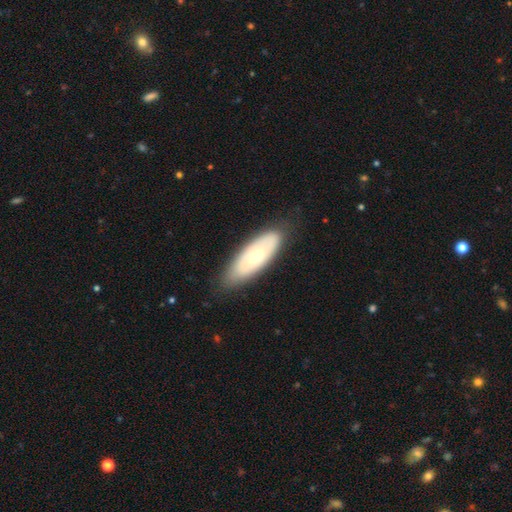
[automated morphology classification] Smooth or featured?
  - smooth: 57% *
  - featured or disk: 38%
  - star or artifact: 6%
How rounded?
  - in between: 67% *
  - cigar-shaped: 30%
  - round: 2%
Merging?
  - none: 81% *
  - minor disturbance: 15%
  - major disturbance: 3%
  - merger: 1%